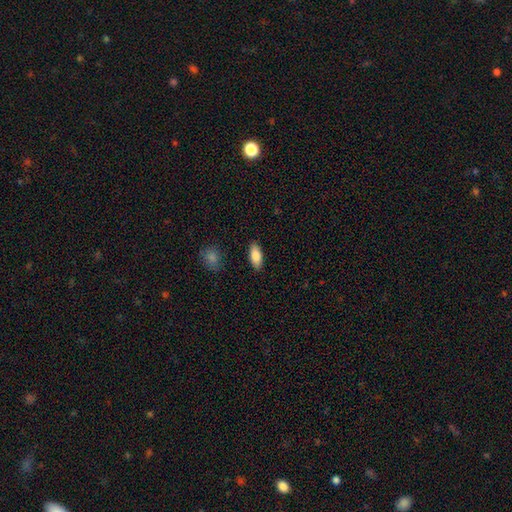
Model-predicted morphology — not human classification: A smooth galaxy with no disk features (84%) that is in between round and cigar-shaped (86%). Merging: none (88%).